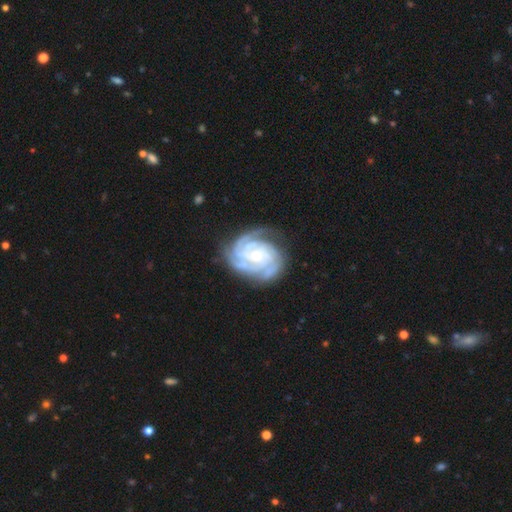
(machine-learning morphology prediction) A featured or disk galaxy (92%) with no bar (65%), 3 (32%) tight (79%) spiral arms (99%) and a small central bulge (58%).

Vote fractions:
- Smooth or featured? featured or disk: 92% / star or artifact: 4% / smooth: 4%
- Edge-on disk? no: 98% / yes: 2%
- Bar? no: 65% / weak: 26% / strong: 9%
- Spiral arms? yes: 99% / no: 1%
- Spiral winding? tight: 79% / medium: 19% / loose: 2%
- Spiral arm count? 3: 32% / 4: 30% / can't tell: 13% / 2: 11% / more than 4: 8% / 1: 6%
- Bulge size? small: 58% / moderate: 37% / large: 2% / none: 2% / dominant: 1%
- Merging? none: 75% / minor disturbance: 17% / major disturbance: 6% / merger: 1%